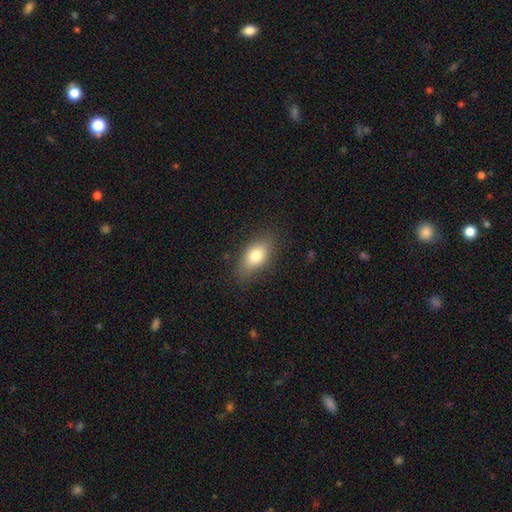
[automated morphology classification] A smooth galaxy with no disk features (79%) that is in between round and cigar-shaped (85%).

Vote fractions:
- Smooth or featured? smooth: 79% / featured or disk: 13% / star or artifact: 8%
- How rounded? in between: 85% / round: 8% / cigar-shaped: 6%
- Merging? none: 79% / minor disturbance: 16% / major disturbance: 4% / merger: 1%